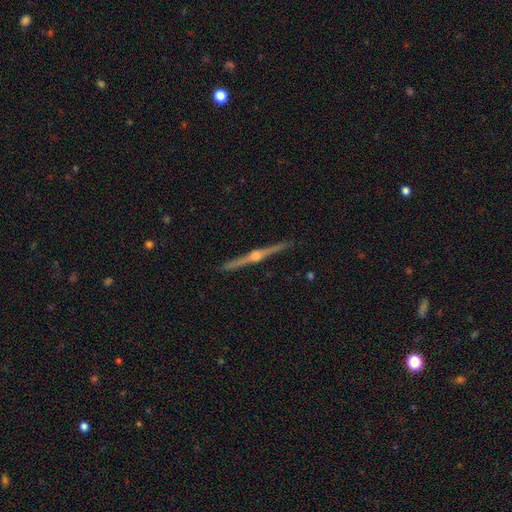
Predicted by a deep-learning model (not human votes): Q: Smooth or featured?
A: featured or disk (85%); runner-up: smooth (9%)
Q: Edge-on disk?
A: yes (98%); runner-up: no (2%)
Q: Edge-on bulge?
A: rounded (90%); runner-up: none (6%)
Q: Merging?
A: none (92%); runner-up: minor disturbance (6%)